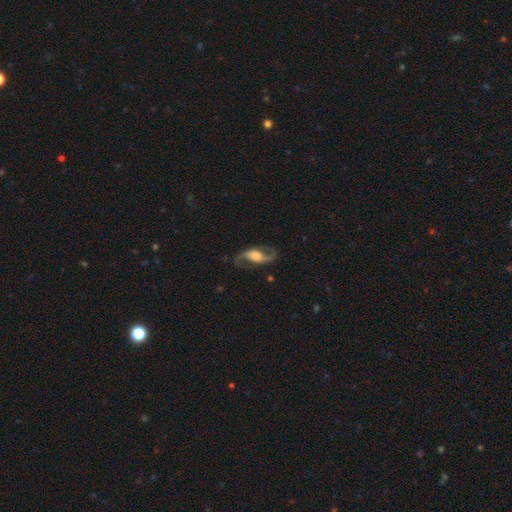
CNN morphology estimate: The model was most divided on "bar": weak: 39%, no: 37%, strong: 24%. Remaining: spiral arms — yes (96%); edge-on disk — no (95%); spiral arm count — 2 (93%); smooth or featured — featured or disk (88%); merging — none (79%); spiral winding — loose (57%); bulge size — moderate (39%).